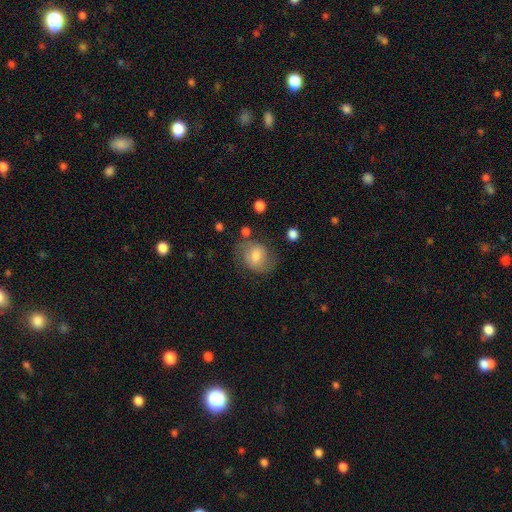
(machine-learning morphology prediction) type=smooth (50%); merging=none (67%).